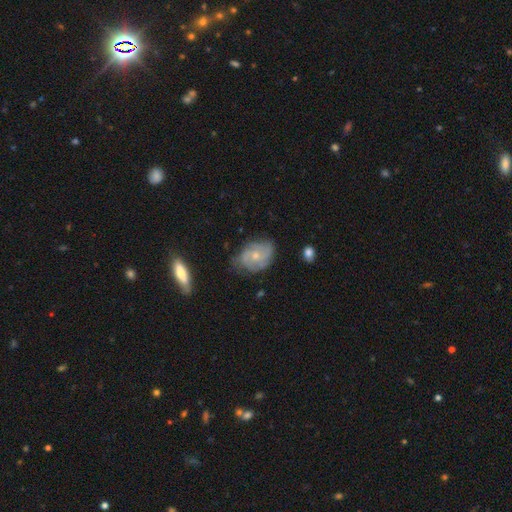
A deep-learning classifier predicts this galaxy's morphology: This appears to be a featured or disk galaxy (73%) with no bar (78%), 3 (29%) tight (50%) spiral arms (90%) and a small central bulge (60%). Merging: none (66%).